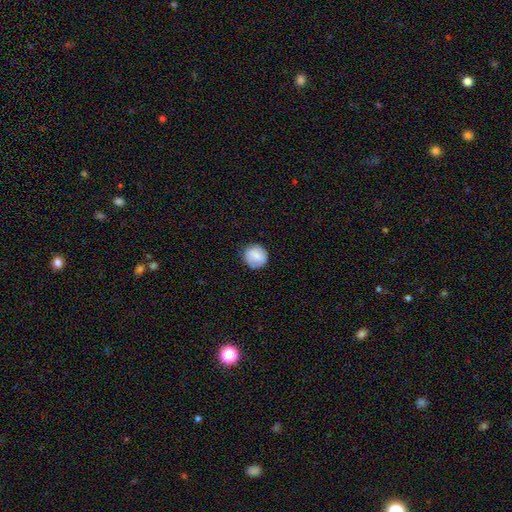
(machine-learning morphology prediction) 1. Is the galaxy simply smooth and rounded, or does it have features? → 84% smooth, 9% featured or disk, 7% star or artifact.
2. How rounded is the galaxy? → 91% round, 8% in between, 1% cigar-shaped.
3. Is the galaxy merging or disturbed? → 85% none, 12% minor disturbance, 3% major disturbance, 1% merger.